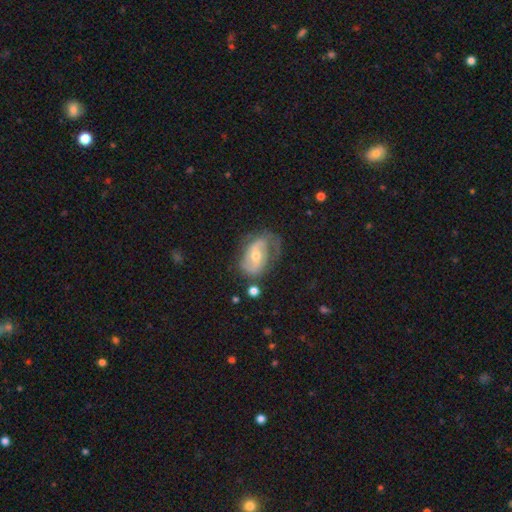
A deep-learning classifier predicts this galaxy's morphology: The model was most divided on "bar": no: 42%, weak: 38%, strong: 20%. Remaining: edge-on disk — no (95%); spiral arms — yes (81%); smooth or featured — featured or disk (70%); spiral arm count — 2 (59%); bulge size — moderate (53%); merging — none (47%); spiral winding — medium (40%).